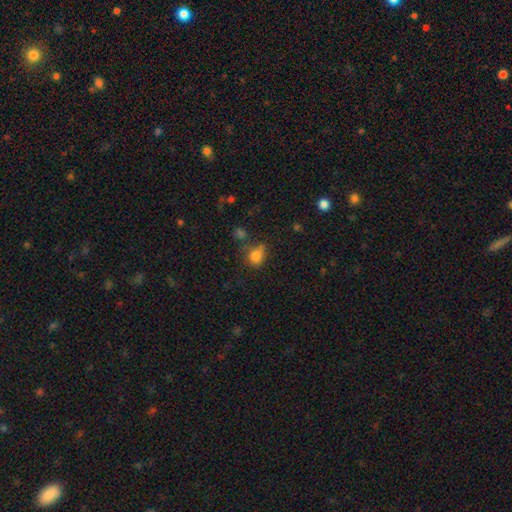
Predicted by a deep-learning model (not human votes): This is likely a smooth galaxy (79%). How rounded: possibly round (58%). Merging: possibly none (54%).